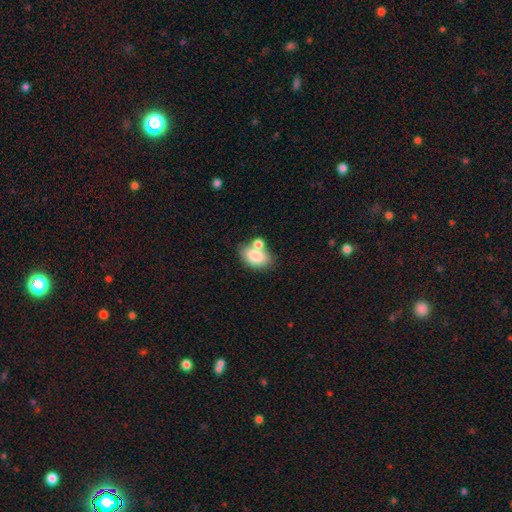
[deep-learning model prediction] Smooth or featured? smooth (80%)
How rounded? in between (85%)
Merging? none (46%)